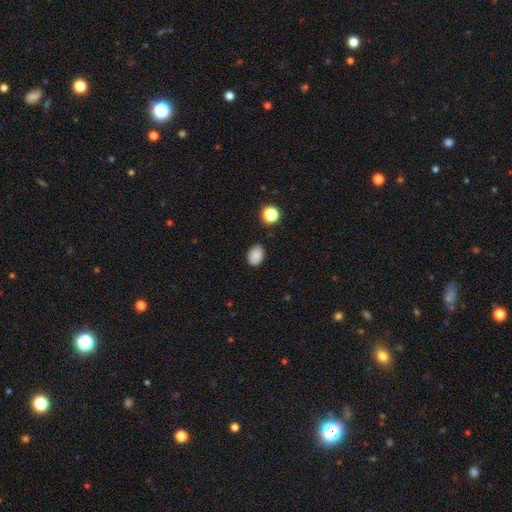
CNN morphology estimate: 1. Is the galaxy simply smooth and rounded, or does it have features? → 86% smooth, 11% star or artifact, 4% featured or disk.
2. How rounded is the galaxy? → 76% in between, 23% round, 1% cigar-shaped.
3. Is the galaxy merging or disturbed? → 82% none, 13% minor disturbance, 3% major disturbance, 2% merger.